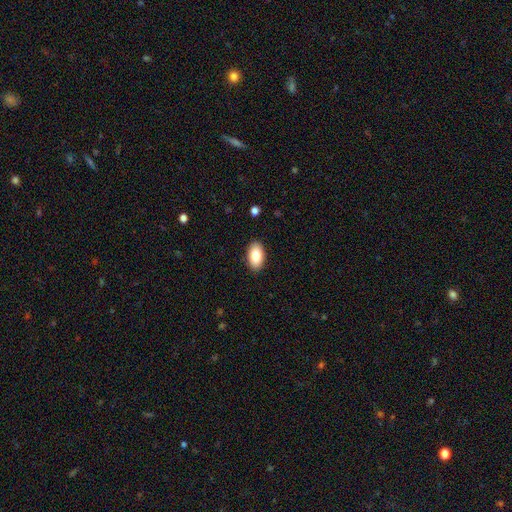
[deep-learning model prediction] smooth 84%, featured or disk 10%, star or artifact 7%. Down the decision tree: how rounded — in between (94%); merging — none (90%).